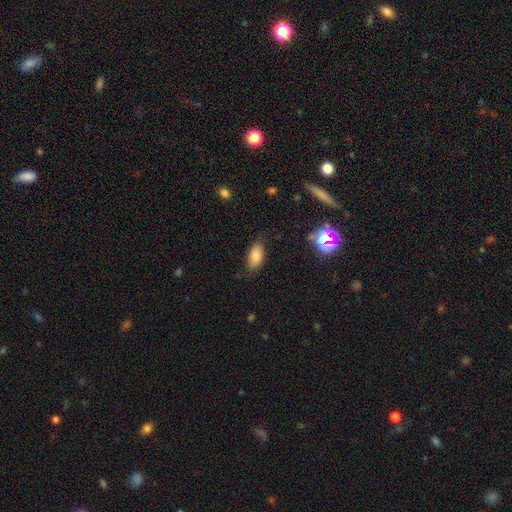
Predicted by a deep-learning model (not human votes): Overall: smooth (83%). How rounded: in between (92%). Merging: none (76%).